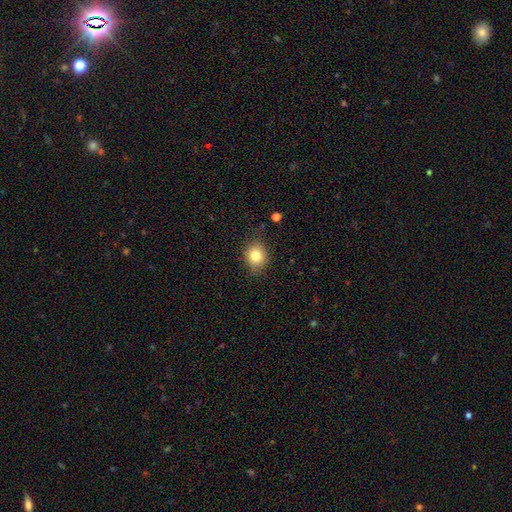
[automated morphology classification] This is likely a smooth galaxy (80%). How rounded: likely round (66%). Merging: clearly none (82%).